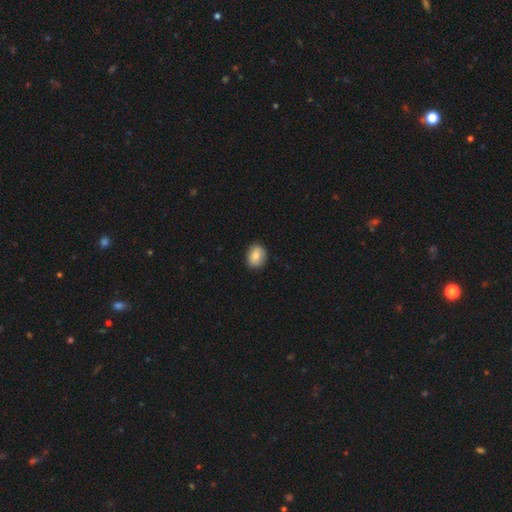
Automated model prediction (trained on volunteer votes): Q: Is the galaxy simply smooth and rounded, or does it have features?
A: smooth — 78%.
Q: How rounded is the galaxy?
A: in between — 53%.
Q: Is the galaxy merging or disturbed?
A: none — 86%.